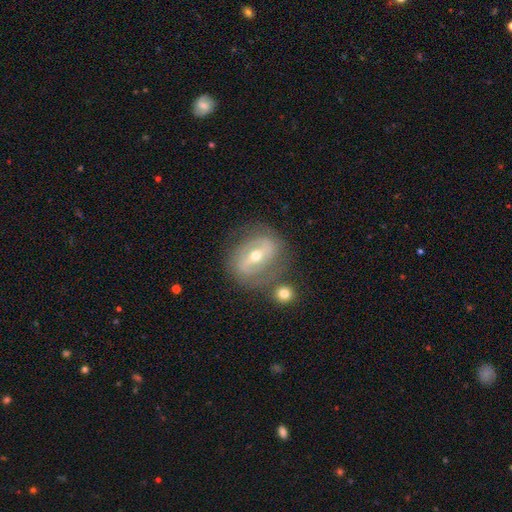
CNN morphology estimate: type=featured or disk (78%); edge-on=no (94%); bar=strong (54%); spiral arms=yes (75%); winding=tight (40%); arm count=2 (76%); bulge=moderate (59%); merging=none (70%).